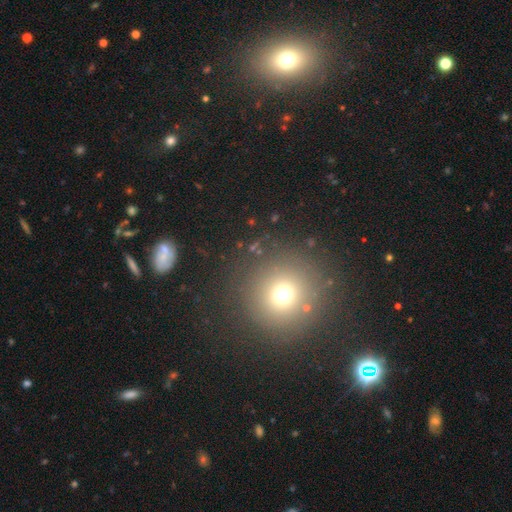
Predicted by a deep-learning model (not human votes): Morphology: type=smooth (60%); roundness=round (93%); merging=none (86%).